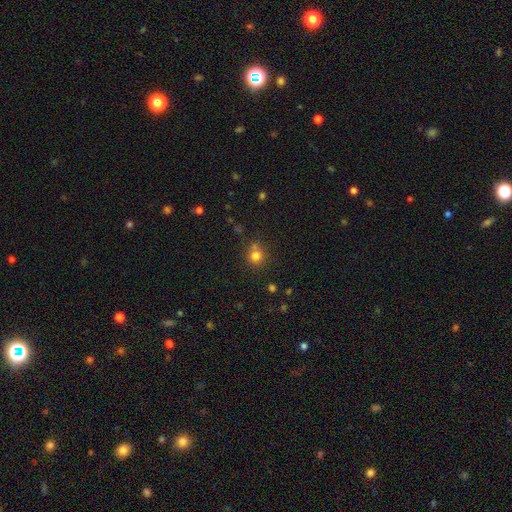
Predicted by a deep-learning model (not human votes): Morphology: type=smooth (78%); roundness=round (89%); merging=none (66%).